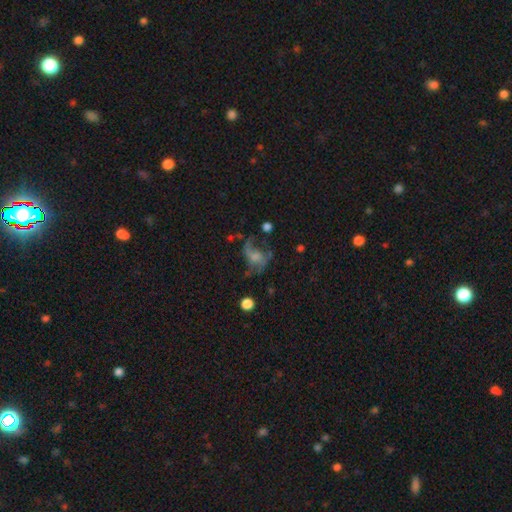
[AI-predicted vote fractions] This is possibly a featured or disk galaxy (57%). It is clearly not viewed edge-on (96%). Bar: likely no (68%). Spiral arm pattern: likely yes (70%). Central bulge: marginally small (36%). Merging: marginally none (41%).